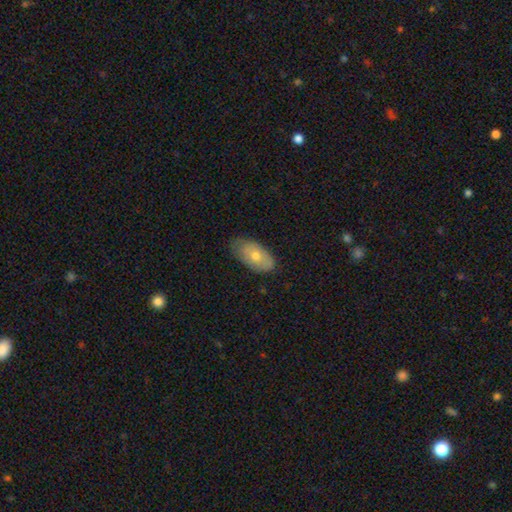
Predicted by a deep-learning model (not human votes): smooth_or_featured: smooth (p=0.61) [alt: featured or disk p=0.32]
how_rounded: in between (p=0.93) [alt: round p=0.05]
merging: none (p=0.69) [alt: minor disturbance p=0.26]